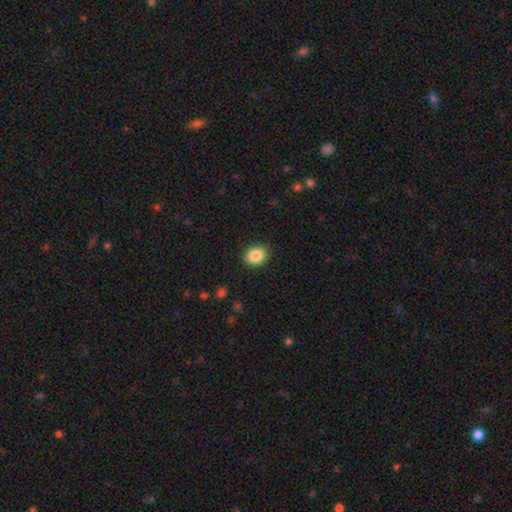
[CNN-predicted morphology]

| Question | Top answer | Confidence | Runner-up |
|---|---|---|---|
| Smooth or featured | smooth | 87% | star or artifact (8%) |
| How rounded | round | 52% | in between (47%) |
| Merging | none | 88% | minor disturbance (9%) |